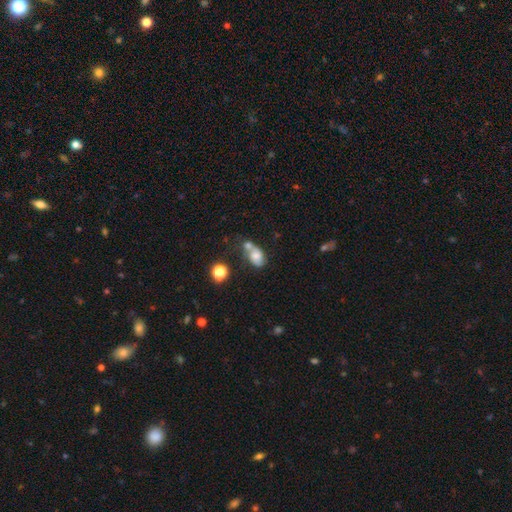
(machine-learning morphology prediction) A smooth galaxy with no disk features (64%) that is in between round and cigar-shaped (77%). Merging: merger (44%).